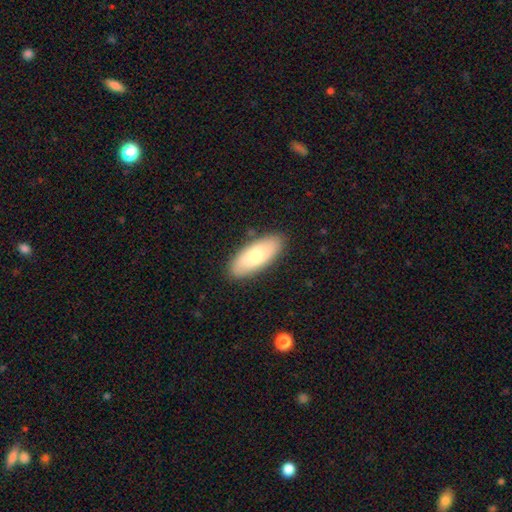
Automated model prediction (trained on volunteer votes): Morphology: type=smooth (74%); roundness=in between (81%); merging=none (87%).